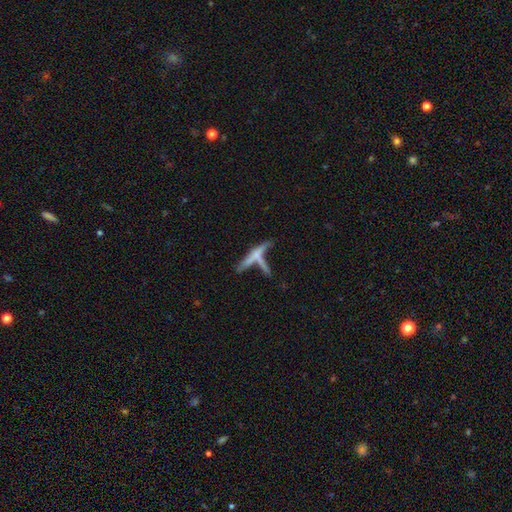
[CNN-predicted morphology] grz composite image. It shows a featured or disk galaxy (46%). Merging: none (41%).